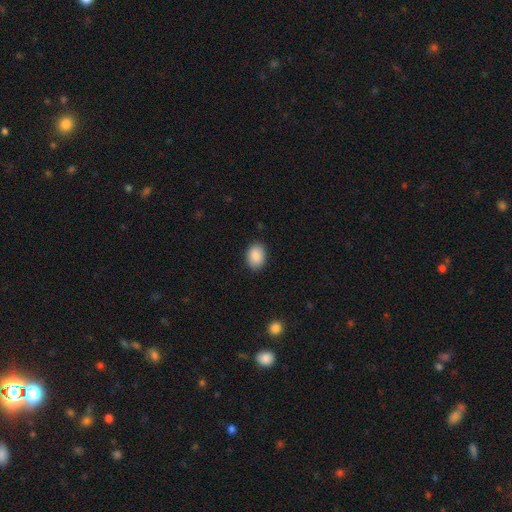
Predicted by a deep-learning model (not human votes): Q: Smooth or featured?
A: smooth (89%); runner-up: star or artifact (7%)
Q: How rounded?
A: in between (76%); runner-up: round (23%)
Q: Merging?
A: none (87%); runner-up: minor disturbance (10%)